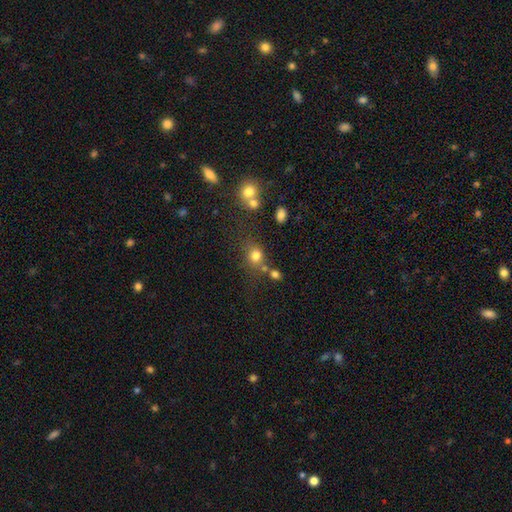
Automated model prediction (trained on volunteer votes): smooth_or_featured: smooth (p=0.77) [alt: star or artifact p=0.15]
how_rounded: round (p=0.69) [alt: in between p=0.29]
merging: none (p=0.59) [alt: merger p=0.17]